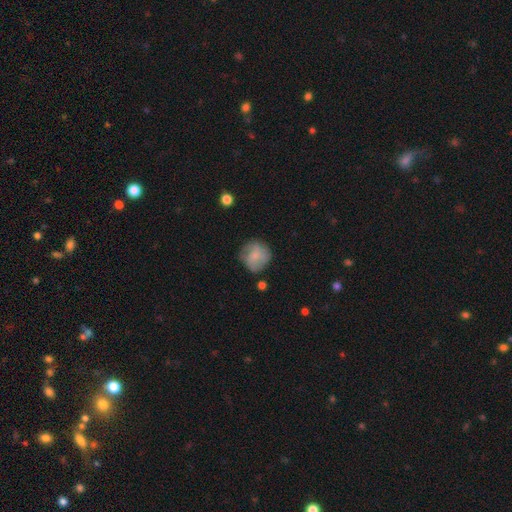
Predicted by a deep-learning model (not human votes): Smooth or featured: smooth — 68% (featured or disk — 24%)
How rounded: round — 87% (in between — 12%)
Merging: none — 65% (minor disturbance — 23%)